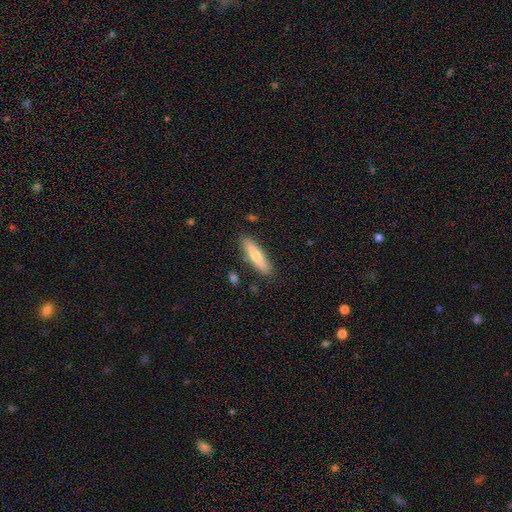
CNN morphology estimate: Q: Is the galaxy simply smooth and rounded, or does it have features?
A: smooth — 63%.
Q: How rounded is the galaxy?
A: cigar-shaped — 75%.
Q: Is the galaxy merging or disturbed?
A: none — 86%.